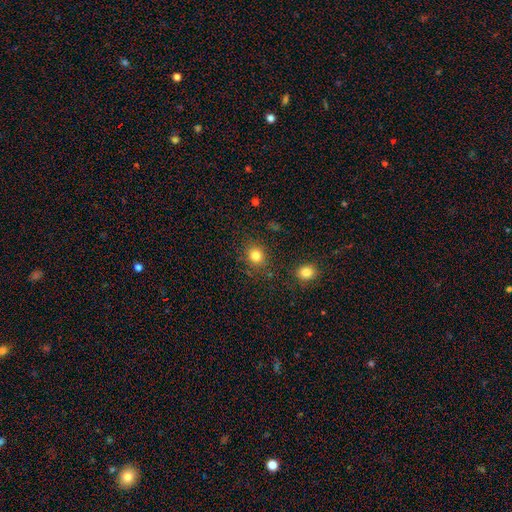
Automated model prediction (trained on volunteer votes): smooth_or_featured: smooth (p=0.83) [alt: star or artifact p=0.12]
how_rounded: round (p=0.73) [alt: in between p=0.26]
merging: none (p=0.82) [alt: minor disturbance p=0.10]